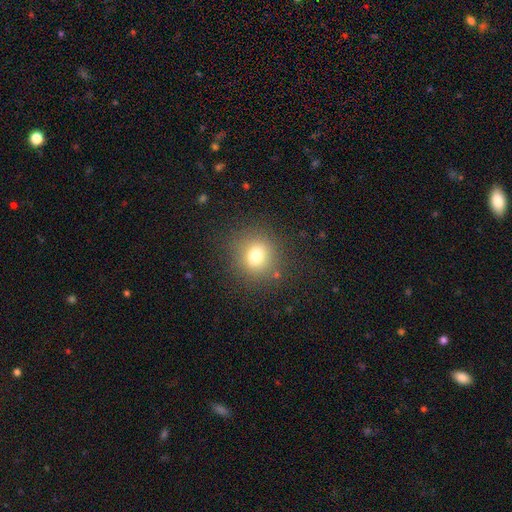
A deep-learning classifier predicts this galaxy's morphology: smooth-or-featured: smooth: 76% | star or artifact: 14% | featured or disk: 10%
  how-rounded: round: 83% | in between: 16% | cigar-shaped: 1%
  merging: none: 85% | minor disturbance: 9% | major disturbance: 4% | merger: 2%